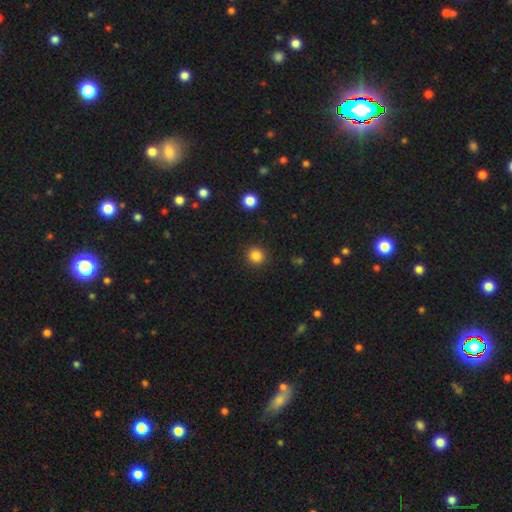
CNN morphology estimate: Smooth or featured?
  - smooth: 85% *
  - star or artifact: 12%
  - featured or disk: 4%
How rounded?
  - round: 91% *
  - in between: 8%
  - cigar-shaped: 1%
Merging?
  - none: 91% *
  - minor disturbance: 6%
  - major disturbance: 2%
  - merger: 1%